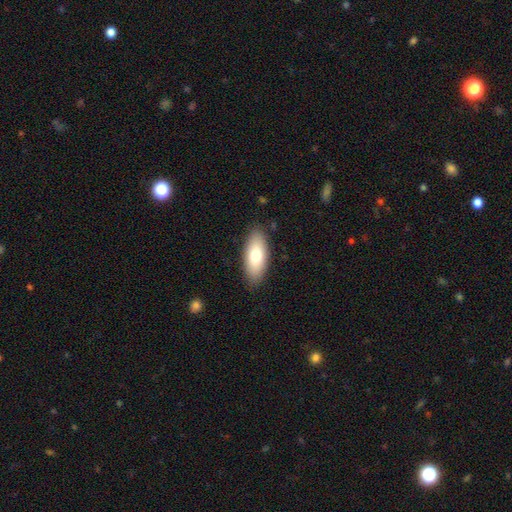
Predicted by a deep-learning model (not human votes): The model was most divided on "smooth or featured": smooth: 75%, featured or disk: 19%, star or artifact: 6%. More confident: merging — none (87%); how rounded — in between (83%).